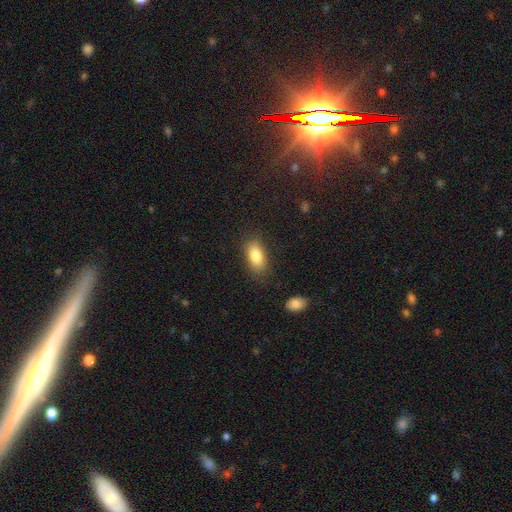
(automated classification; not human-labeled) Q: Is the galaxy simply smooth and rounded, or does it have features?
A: smooth — 85%.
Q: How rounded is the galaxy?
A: in between — 88%.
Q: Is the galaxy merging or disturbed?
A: none — 82%.